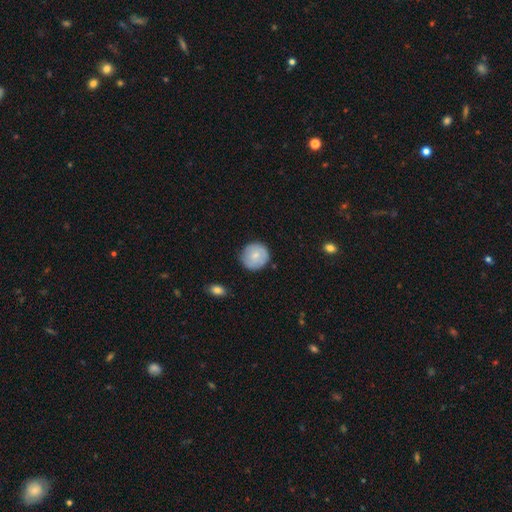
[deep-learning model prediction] smooth 70%, featured or disk 24%, star or artifact 7%. Down the decision tree: how rounded — round (92%); merging — none (80%).